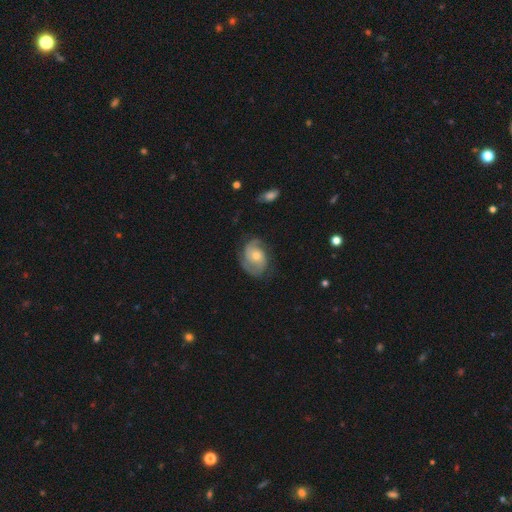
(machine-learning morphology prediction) smooth-or-featured: featured or disk: 77% | smooth: 16% | star or artifact: 7%
  disk-edge-on: no: 97% | yes: 3%
    bar: no: 71% | weak: 25% | strong: 4%
    has-spiral-arms: yes: 93% | no: 7%
      spiral-winding: medium: 43% | tight: 42% | loose: 15%
      spiral-arm-count: 2: 72% | can't tell: 13% | 3: 7% | 1: 4% | 4: 2% | more than 4: 2%
    bulge-size: moderate: 50% | small: 44% | large: 3% | none: 2% | dominant: 1%
  merging: none: 71% | minor disturbance: 20% | major disturbance: 8% | merger: 1%